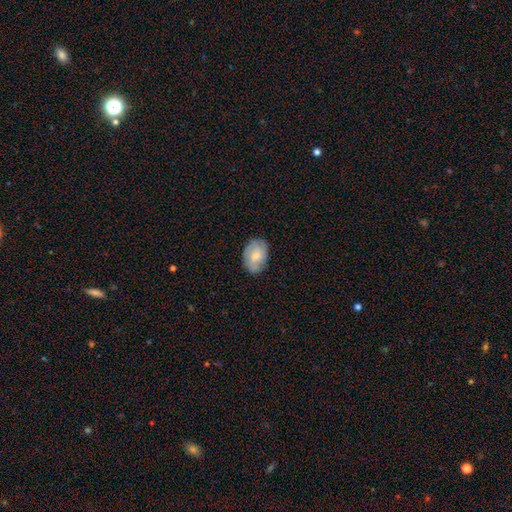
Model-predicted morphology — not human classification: Overall: smooth (65%; featured or disk 28%). How rounded: in between (80%). Merging: none (78%).